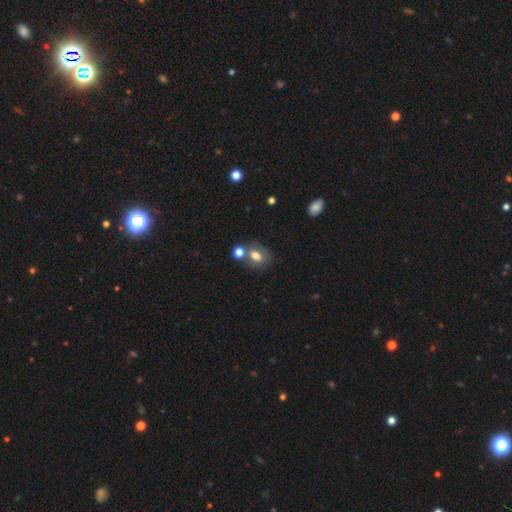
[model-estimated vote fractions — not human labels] smooth_or_featured: smooth (p=0.72) [alt: featured or disk p=0.17]
how_rounded: in between (p=0.60) [alt: round p=0.39]
merging: none (p=0.52) [alt: merger p=0.29]